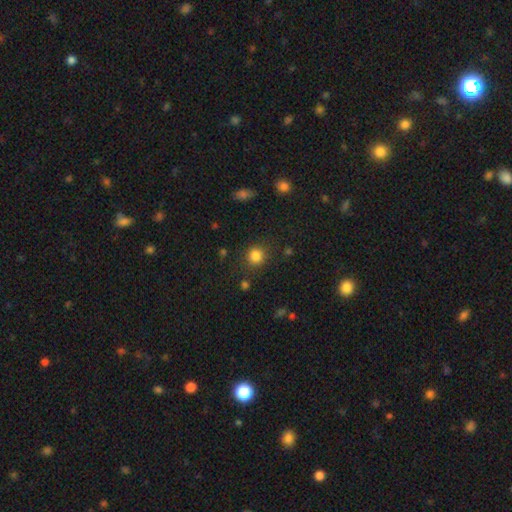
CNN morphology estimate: This appears to be a smooth galaxy with no disk features (83%) that is round (87%). Merging: none (83%).